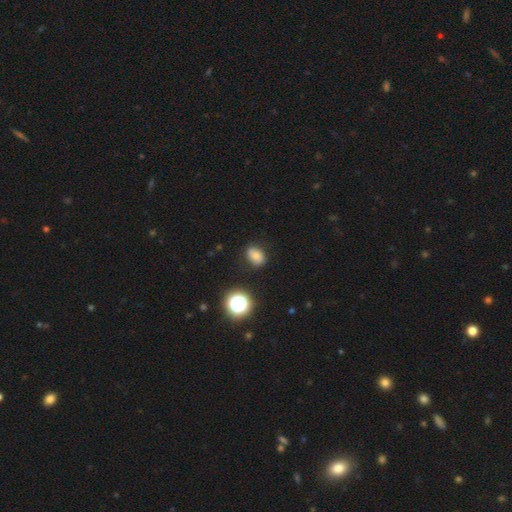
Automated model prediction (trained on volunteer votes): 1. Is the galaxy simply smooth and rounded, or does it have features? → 73% smooth, 15% star or artifact, 11% featured or disk.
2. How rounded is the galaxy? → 73% in between, 26% round, 1% cigar-shaped.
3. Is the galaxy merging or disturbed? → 80% none, 15% minor disturbance, 4% major disturbance, 2% merger.